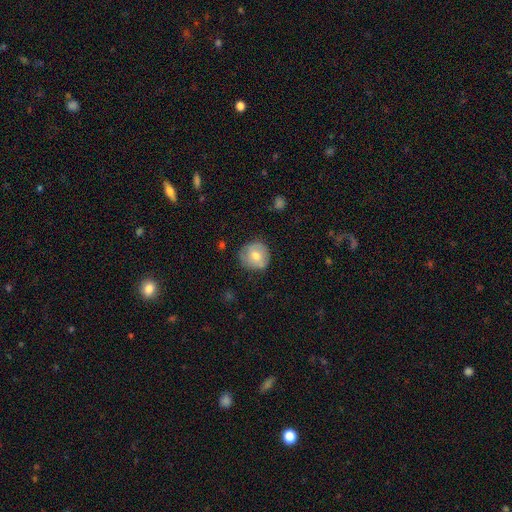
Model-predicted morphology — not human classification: Q: Smooth or featured?
A: smooth (68%); runner-up: featured or disk (24%)
Q: How rounded?
A: round (91%); runner-up: in between (8%)
Q: Merging?
A: none (76%); runner-up: minor disturbance (19%)